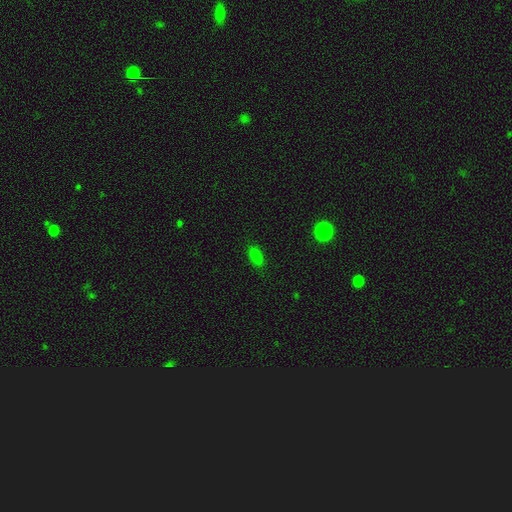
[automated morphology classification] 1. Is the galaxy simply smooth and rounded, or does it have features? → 82% smooth, 13% star or artifact, 4% featured or disk.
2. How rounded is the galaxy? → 81% in between, 15% cigar-shaped, 4% round.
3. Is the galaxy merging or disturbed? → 84% none, 12% minor disturbance, 3% major disturbance, 1% merger.